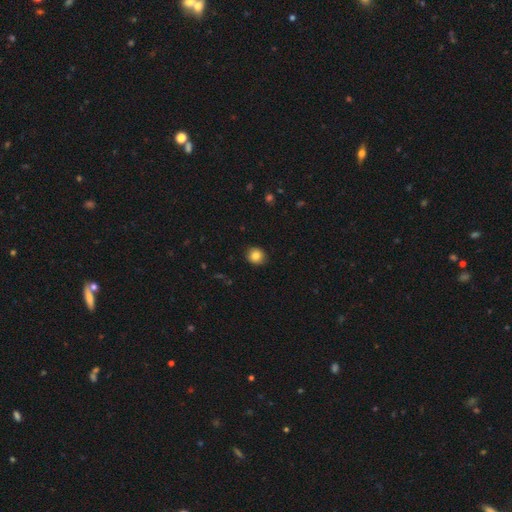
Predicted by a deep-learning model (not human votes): Morphology: type=smooth (83%); roundness=round (86%); merging=none (90%).